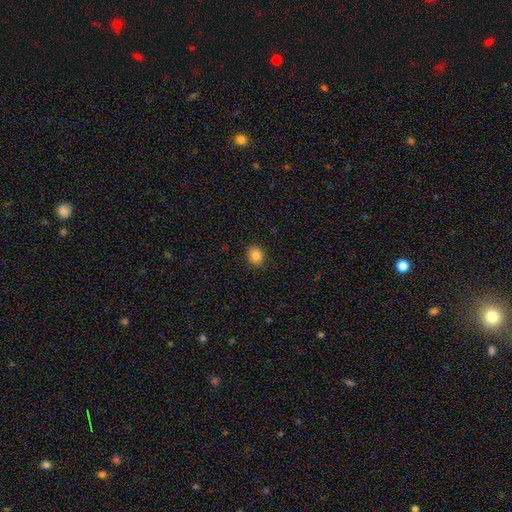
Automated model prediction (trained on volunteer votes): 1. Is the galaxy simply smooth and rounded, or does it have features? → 85% smooth, 11% star or artifact, 5% featured or disk.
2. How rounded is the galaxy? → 65% round, 34% in between, 1% cigar-shaped.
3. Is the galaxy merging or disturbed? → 89% none, 8% minor disturbance, 2% major disturbance, 1% merger.